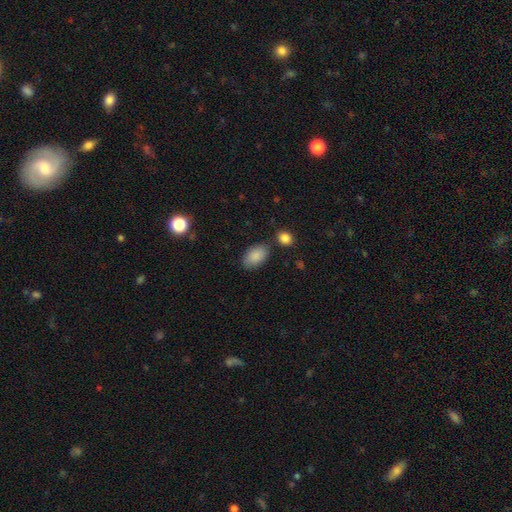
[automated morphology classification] Overall: smooth (88%). How rounded: in between (92%). Merging: none (75%).